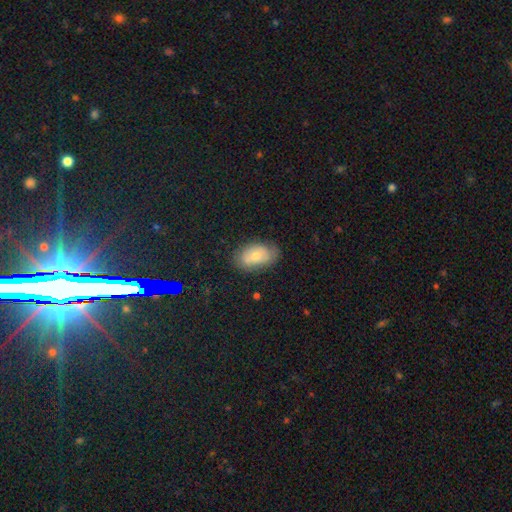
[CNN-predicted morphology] The model was most divided on "smooth or featured": smooth: 52%, featured or disk: 34%, star or artifact: 15%. More confident: how rounded — in between (90%); merging — none (72%).